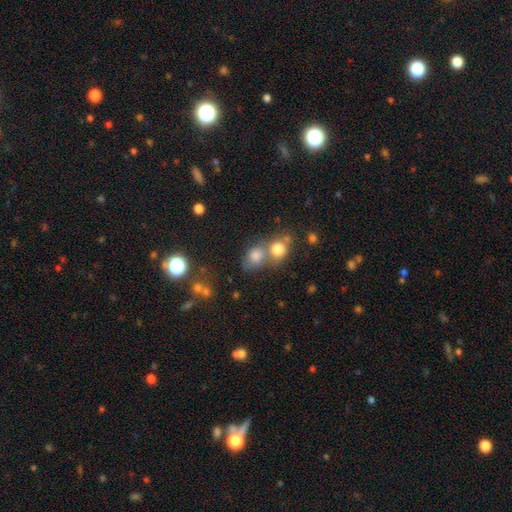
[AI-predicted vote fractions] Smooth or featured? smooth (77%)
How rounded? round (55%)
Merging? merger (51%)